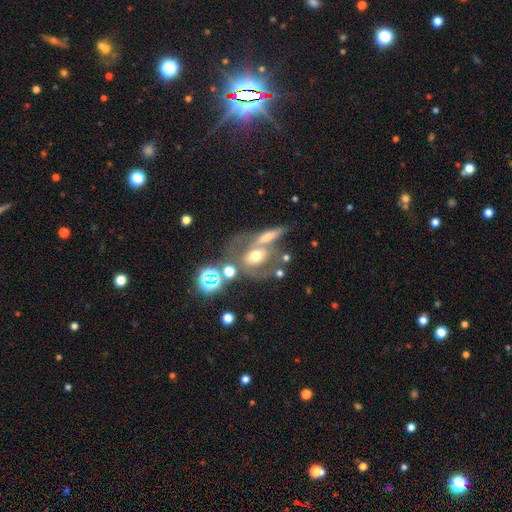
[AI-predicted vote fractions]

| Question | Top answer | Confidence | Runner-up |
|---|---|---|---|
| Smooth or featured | featured or disk | 44% | smooth (39%) |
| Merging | none | 40% | merger (33%) |